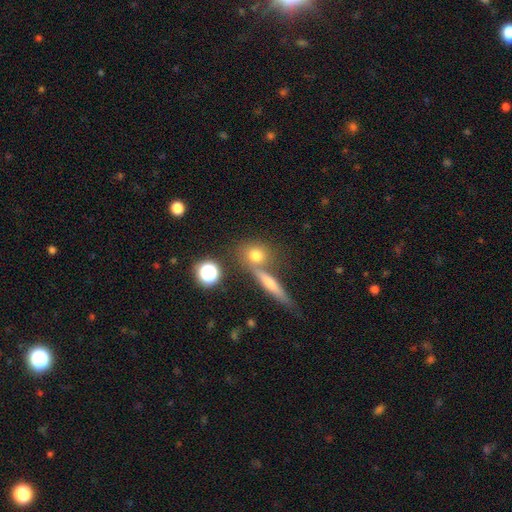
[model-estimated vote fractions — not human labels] The model was most divided on "merging": none: 60%, merger: 27%, minor disturbance: 9%, major disturbance: 4%. More confident: how rounded — round (73%); smooth or featured — smooth (70%).